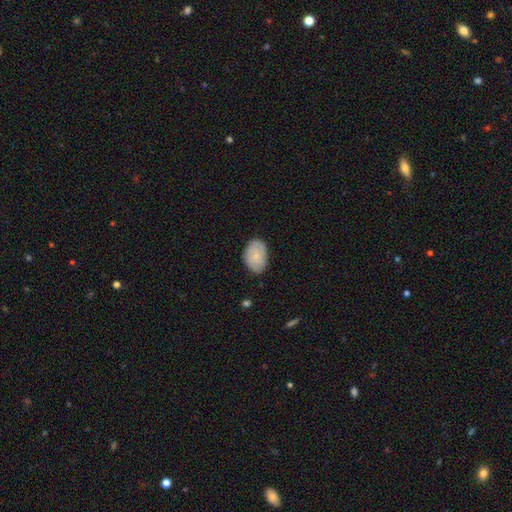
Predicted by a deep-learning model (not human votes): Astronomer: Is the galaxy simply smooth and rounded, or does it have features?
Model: smooth — 76%.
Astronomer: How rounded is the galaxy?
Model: in between — 86%.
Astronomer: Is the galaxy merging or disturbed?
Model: none — 78%.